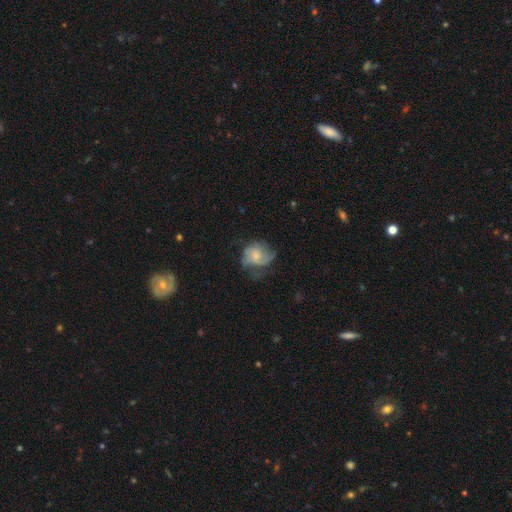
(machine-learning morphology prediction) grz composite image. It shows a featured or disk galaxy (62%) with no bar (75%), 2 (31%) medium (44%) spiral arms (84%) and a small central bulge (55%). Merging: none (48%).